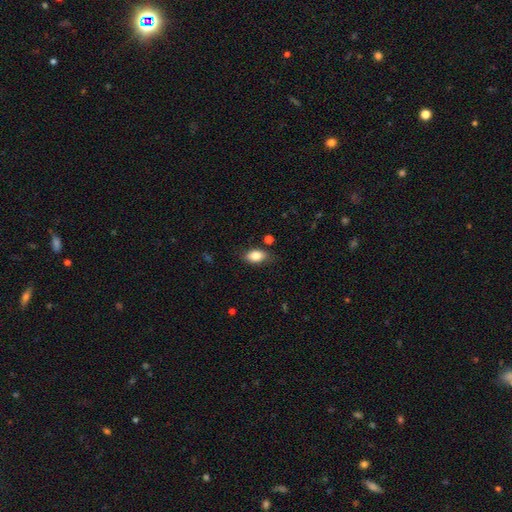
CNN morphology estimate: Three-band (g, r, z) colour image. It shows a smooth galaxy with no disk features (83%) that is in between round and cigar-shaped (89%). Merging: none (79%).